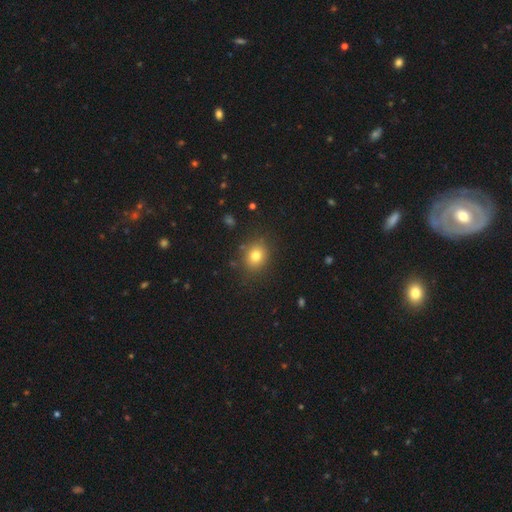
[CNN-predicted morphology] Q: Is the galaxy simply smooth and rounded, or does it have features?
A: smooth — 79%.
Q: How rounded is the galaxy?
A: round — 65%.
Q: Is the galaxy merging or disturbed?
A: none — 84%.